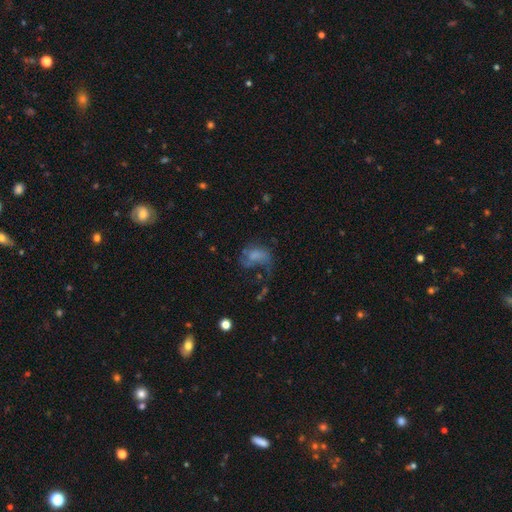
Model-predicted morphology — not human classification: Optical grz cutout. It shows a smooth galaxy with no disk features (47%). Merging: major disturbance (45%).